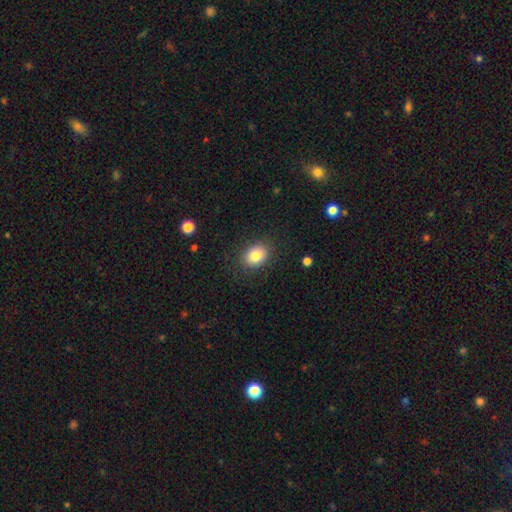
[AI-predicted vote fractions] smooth_or_featured: smooth (p=0.83) [alt: star or artifact p=0.09]
how_rounded: in between (p=0.57) [alt: round p=0.42]
merging: none (p=0.86) [alt: minor disturbance p=0.10]